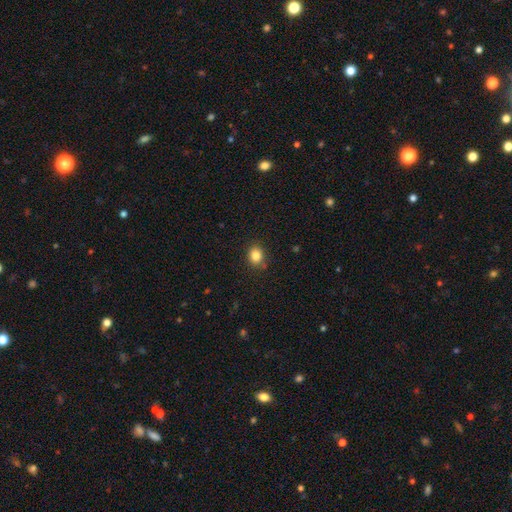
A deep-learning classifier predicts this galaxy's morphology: Smooth or featured?
  - smooth: 84% *
  - star or artifact: 11%
  - featured or disk: 5%
How rounded?
  - round: 63% *
  - in between: 37%
  - cigar-shaped: 1%
Merging?
  - none: 85% *
  - minor disturbance: 11%
  - major disturbance: 3%
  - merger: 2%